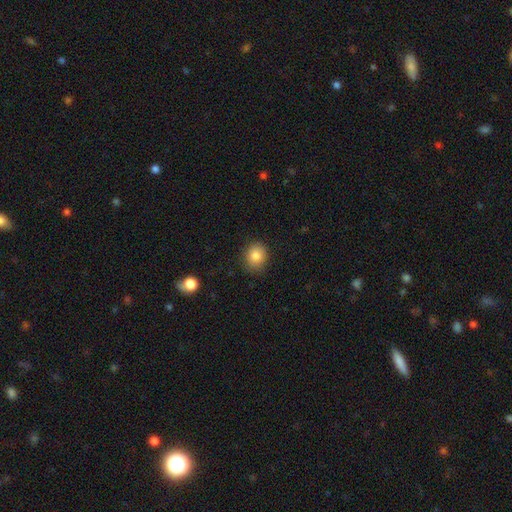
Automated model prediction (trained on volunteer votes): smooth_or_featured: smooth (p=0.84) [alt: star or artifact p=0.10]
how_rounded: round (p=0.67) [alt: in between p=0.32]
merging: none (p=0.85) [alt: minor disturbance p=0.11]